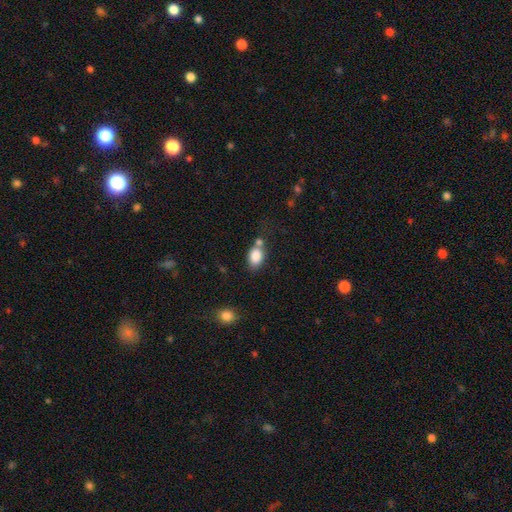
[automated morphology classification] Smooth or featured? smooth (85%)
How rounded? in between (78%)
Merging? none (52%)